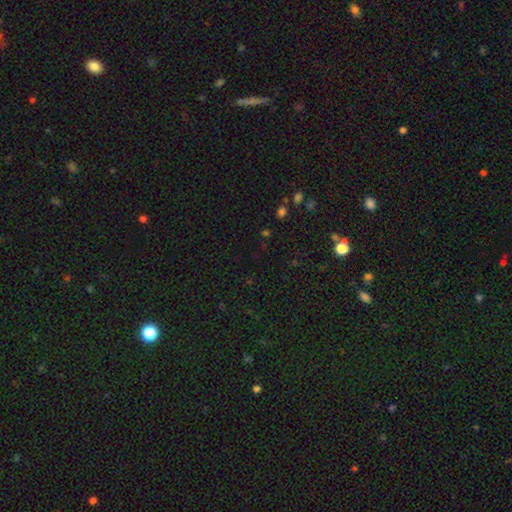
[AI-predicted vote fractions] A star or artifact, not a galaxy (60%).